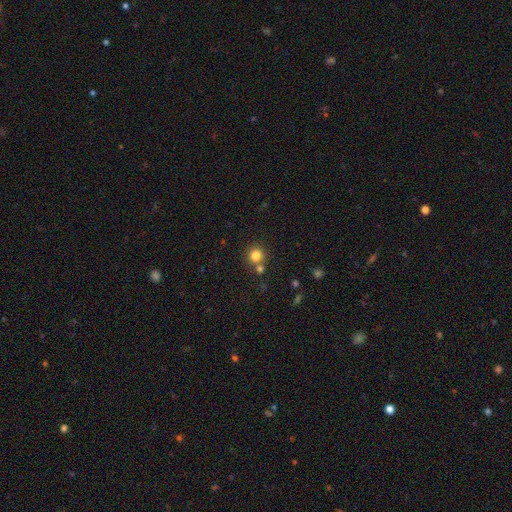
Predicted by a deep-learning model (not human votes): Smooth or featured? smooth (81%)
How rounded? round (91%)
Merging? none (68%)